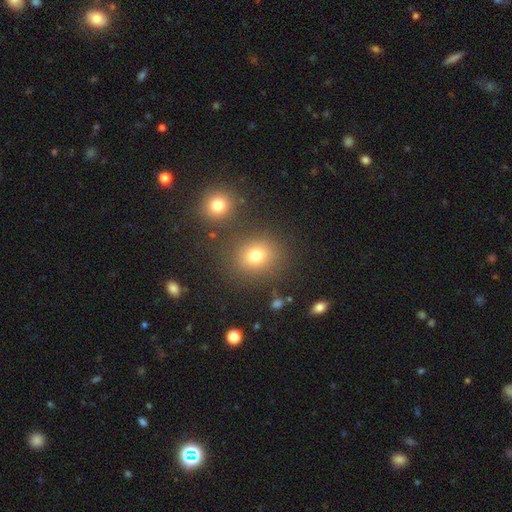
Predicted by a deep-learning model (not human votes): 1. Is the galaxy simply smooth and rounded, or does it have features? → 76% smooth, 16% star or artifact, 8% featured or disk.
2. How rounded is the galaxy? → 71% round, 27% in between, 1% cigar-shaped.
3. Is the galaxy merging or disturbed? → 79% none, 9% minor disturbance, 8% merger, 4% major disturbance.